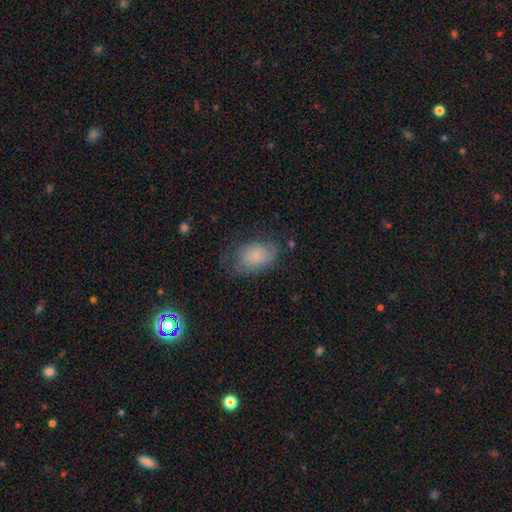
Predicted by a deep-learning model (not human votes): smooth 76%, featured or disk 15%, star or artifact 9%. Down the decision tree: how rounded — in between (85%); merging — none (54%).